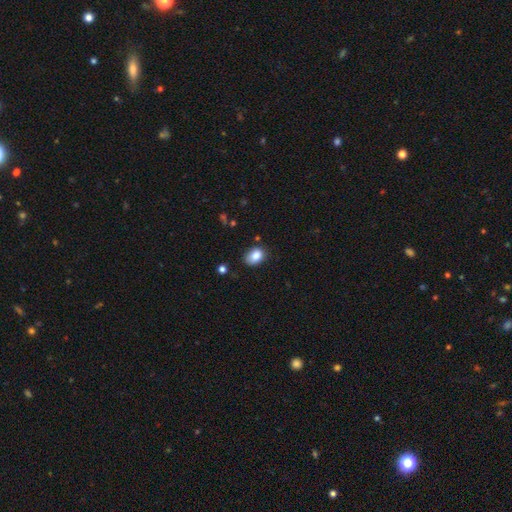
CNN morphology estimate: A smooth galaxy with no disk features (84%) that is in between round and cigar-shaped (73%). Merging: none (74%).